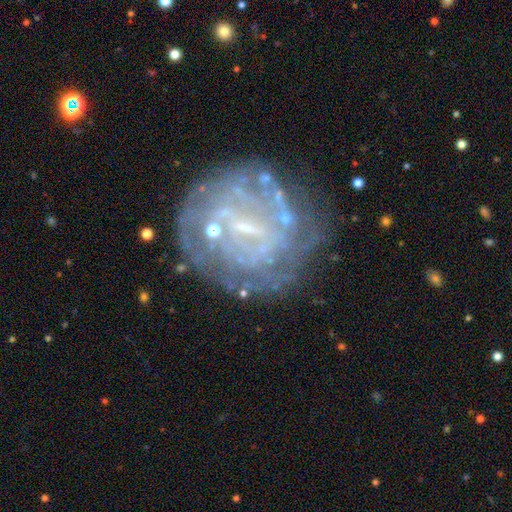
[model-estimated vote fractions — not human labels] This appears to be a featured or disk galaxy (77%) with a weak bar (48%), spiral arms (62%) and a small central bulge (57%). Merging: none (62%).